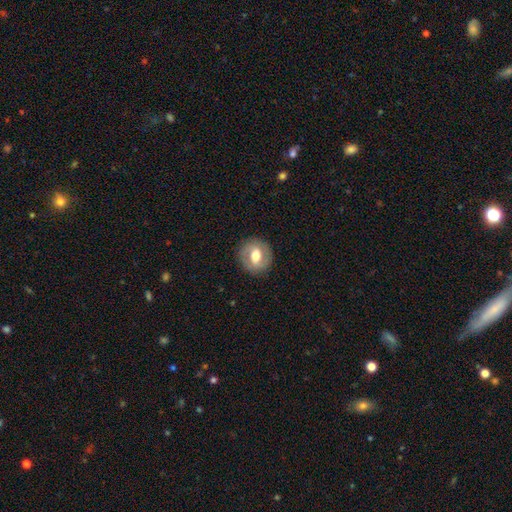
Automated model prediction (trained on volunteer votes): featured or disk 47%, smooth 46%, star or artifact 7%. Down the decision tree: merging — none (87%).